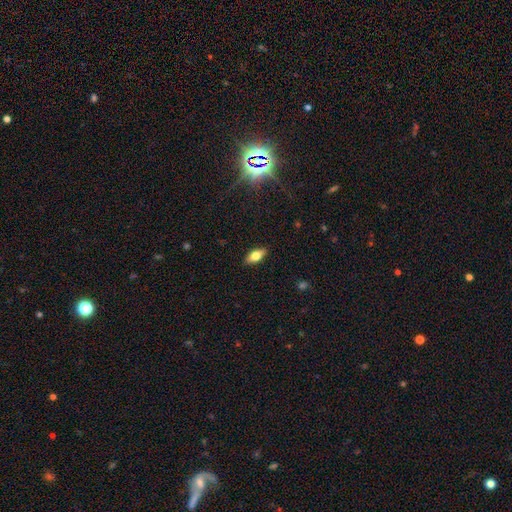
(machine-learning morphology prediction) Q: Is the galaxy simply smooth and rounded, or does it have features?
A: smooth — 67%.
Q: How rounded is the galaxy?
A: in between — 82%.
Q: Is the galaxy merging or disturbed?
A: none — 89%.